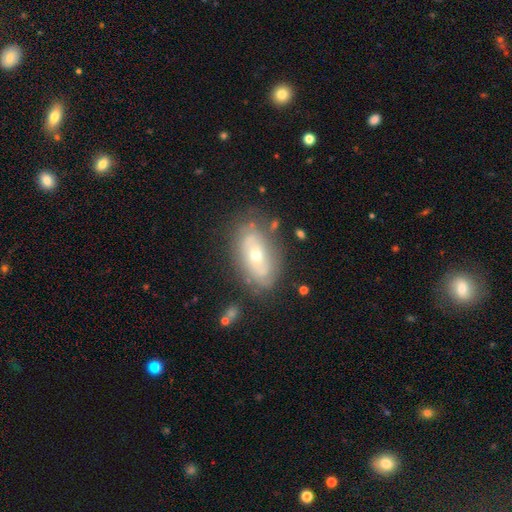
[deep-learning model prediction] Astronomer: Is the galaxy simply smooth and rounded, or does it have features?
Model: featured or disk — 59% (runner-up: smooth, 34%).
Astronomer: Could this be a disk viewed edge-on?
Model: no — 90%.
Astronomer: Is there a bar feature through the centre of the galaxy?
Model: no — 77%.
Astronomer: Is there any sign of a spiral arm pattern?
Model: yes — 52% (runner-up: no, 48%).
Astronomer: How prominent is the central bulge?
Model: small — 48%, tied with moderate at 48%.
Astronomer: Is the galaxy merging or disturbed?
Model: none — 71%.